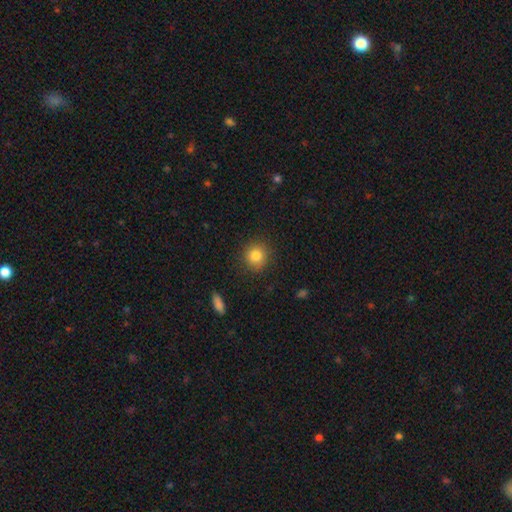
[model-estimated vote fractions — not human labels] A smooth galaxy with no disk features (84%) that is round (89%). Merging: none (89%).